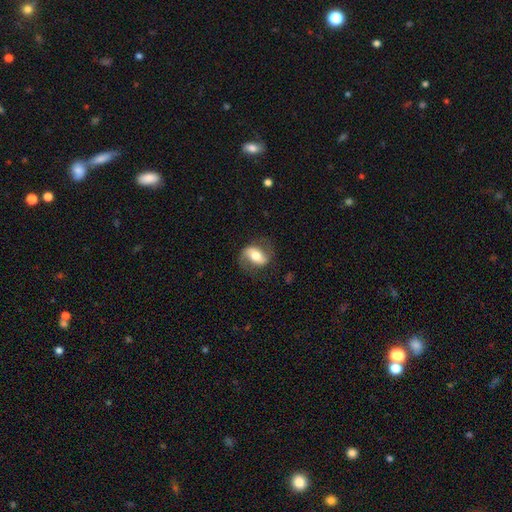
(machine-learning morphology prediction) Smooth or featured?
  - featured or disk: 57% *
  - smooth: 37%
  - star or artifact: 7%
Edge-on disk?
  - no: 92% *
  - yes: 8%
Bar?
  - strong: 40% *
  - weak: 31%
  - no: 29%
Spiral arms?
  - yes: 78% *
  - no: 22%
Bulge size?
  - moderate: 62% *
  - large: 19%
  - small: 14%
  - dominant: 3%
  - none: 1%
Merging?
  - none: 72% *
  - minor disturbance: 18%
  - major disturbance: 10%
  - merger: 1%